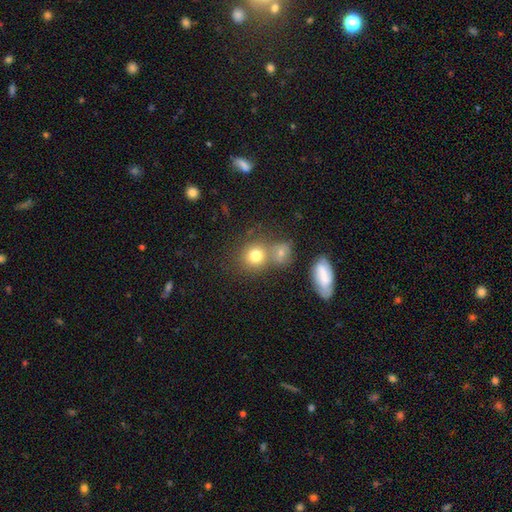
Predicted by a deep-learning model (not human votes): A smooth galaxy with no disk features (76%) that is round (81%).

Vote fractions:
- Smooth or featured? smooth: 76% / star or artifact: 13% / featured or disk: 11%
- How rounded? round: 81% / in between: 17% / cigar-shaped: 1%
- Merging? none: 56% / merger: 30% / minor disturbance: 10% / major disturbance: 4%